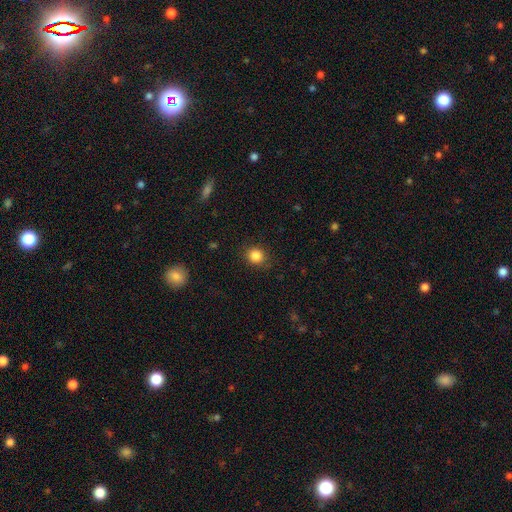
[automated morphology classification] type=smooth (85%); roundness=round (84%); merging=none (88%).